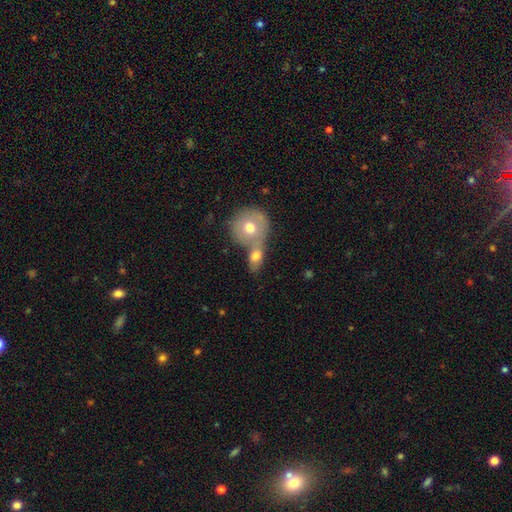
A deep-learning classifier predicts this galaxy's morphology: This appears to be a smooth galaxy with no disk features (71%) that is in between round and cigar-shaped (51%). Merging: merger (59%).